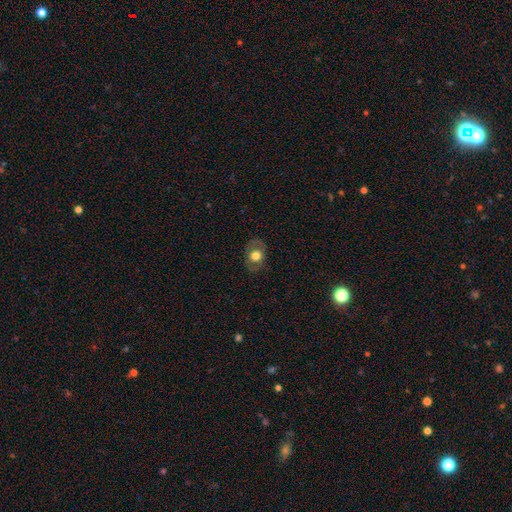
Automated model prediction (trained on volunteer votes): Smooth or featured: smooth — 57% (featured or disk — 33%)
How rounded: in between — 53% (round — 46%)
Merging: none — 80% (minor disturbance — 14%)